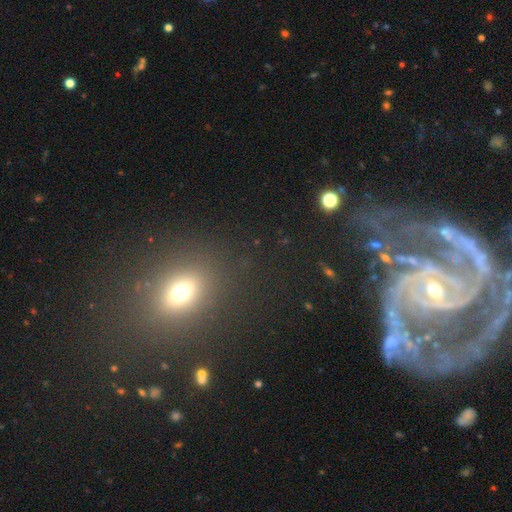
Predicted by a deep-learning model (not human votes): The model was most divided on "bar": no: 39%, weak: 38%, strong: 24%. Remaining: edge-on disk — no (94%); spiral arms — yes (90%); merging — none (77%); bulge size — small (66%); spiral arm count — 2 (64%); smooth or featured — featured or disk (60%); spiral winding — tight (46%).